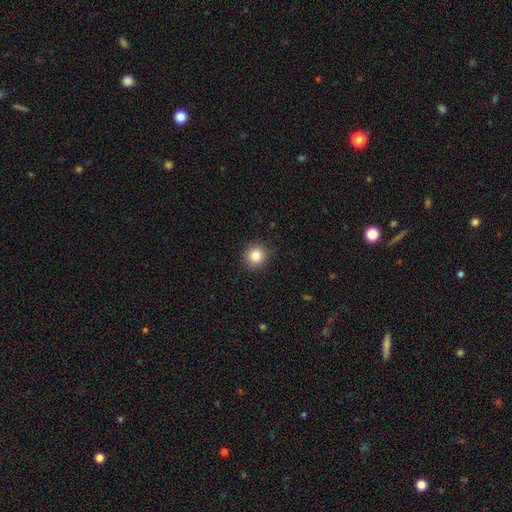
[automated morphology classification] Smooth or featured?
  - smooth: 84% *
  - star or artifact: 11%
  - featured or disk: 6%
How rounded?
  - round: 93% *
  - in between: 6%
  - cigar-shaped: 1%
Merging?
  - none: 92% *
  - minor disturbance: 5%
  - major disturbance: 2%
  - merger: 1%